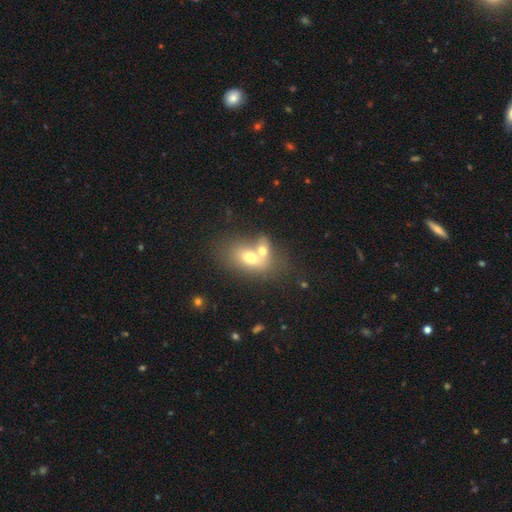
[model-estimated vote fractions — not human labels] A smooth galaxy with no disk features (63%) that is in between round and cigar-shaped (74%). Merging: merger (61%).